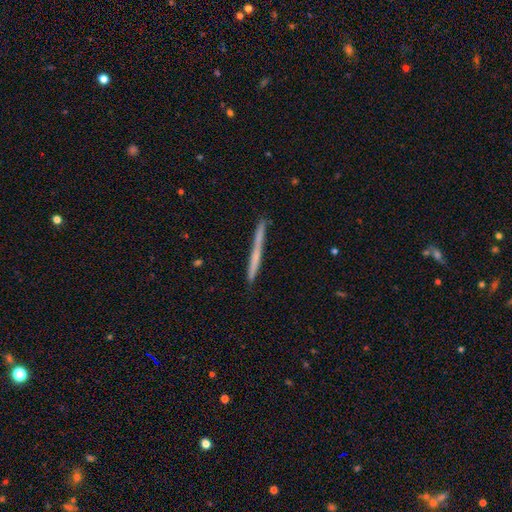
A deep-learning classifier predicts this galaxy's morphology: Overall: smooth (49%; featured or disk 45%). Merging: none (90%).